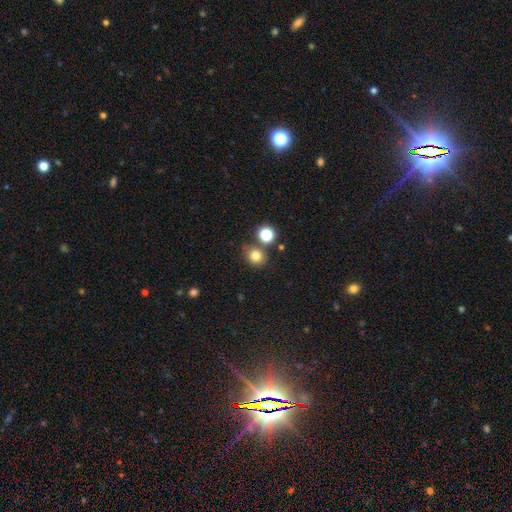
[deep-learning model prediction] Smooth or featured?
  - smooth: 79% *
  - star or artifact: 15%
  - featured or disk: 6%
How rounded?
  - round: 77% *
  - in between: 22%
  - cigar-shaped: 1%
Merging?
  - none: 72% *
  - merger: 13%
  - minor disturbance: 11%
  - major disturbance: 3%